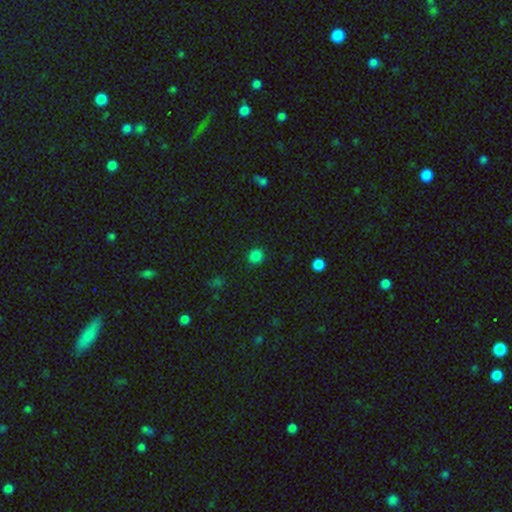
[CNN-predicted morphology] Q: Smooth or featured?
A: smooth (83%); runner-up: star or artifact (14%)
Q: How rounded?
A: round (88%); runner-up: in between (11%)
Q: Merging?
A: none (90%); runner-up: minor disturbance (7%)